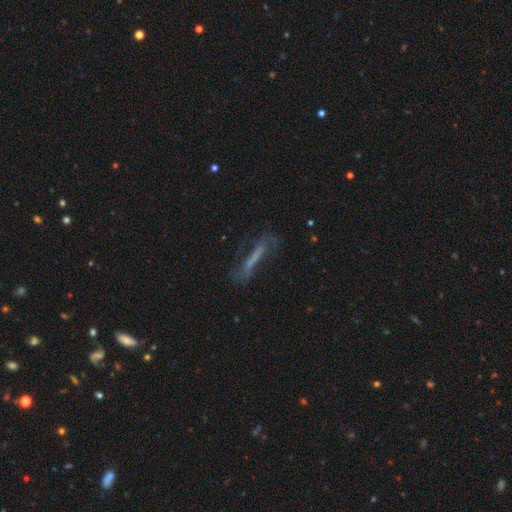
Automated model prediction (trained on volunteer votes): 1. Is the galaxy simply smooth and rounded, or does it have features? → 48% featured or disk, 38% smooth, 14% star or artifact.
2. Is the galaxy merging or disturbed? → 61% none, 21% minor disturbance, 14% major disturbance, 3% merger.